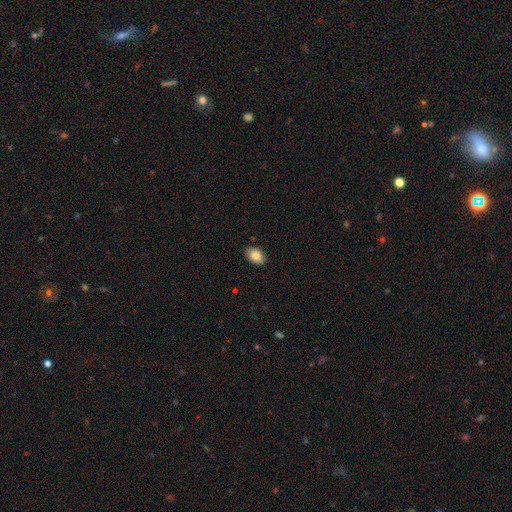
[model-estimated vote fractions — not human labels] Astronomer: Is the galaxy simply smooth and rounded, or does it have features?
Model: smooth — 84%.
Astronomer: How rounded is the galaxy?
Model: in between — 87%.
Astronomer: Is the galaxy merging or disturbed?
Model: none — 85%.